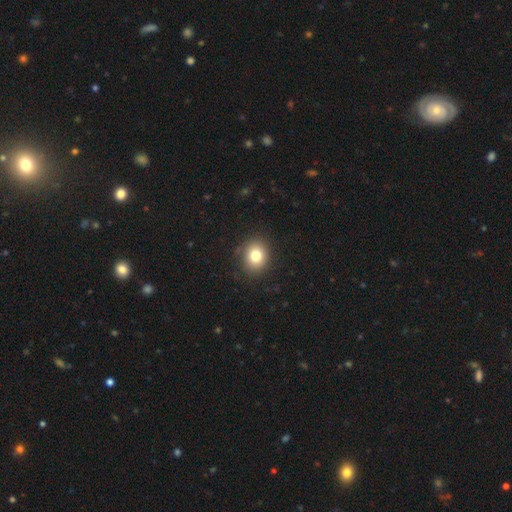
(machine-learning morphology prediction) type=smooth (79%); roundness=round (65%); merging=none (87%).